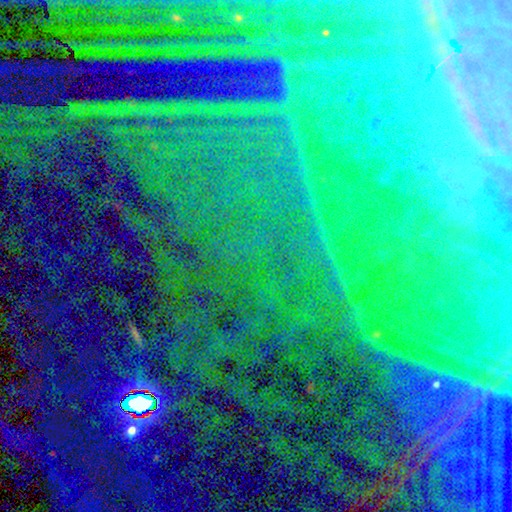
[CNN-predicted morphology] Smooth or featured: star or artifact — 83% (featured or disk — 10%)